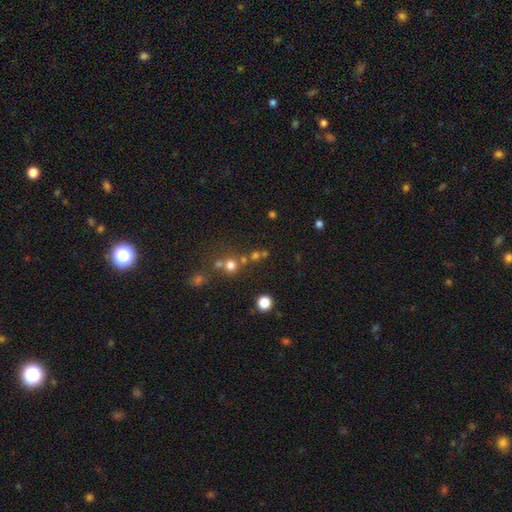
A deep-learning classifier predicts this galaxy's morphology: type=smooth (49%); merging=none (60%).